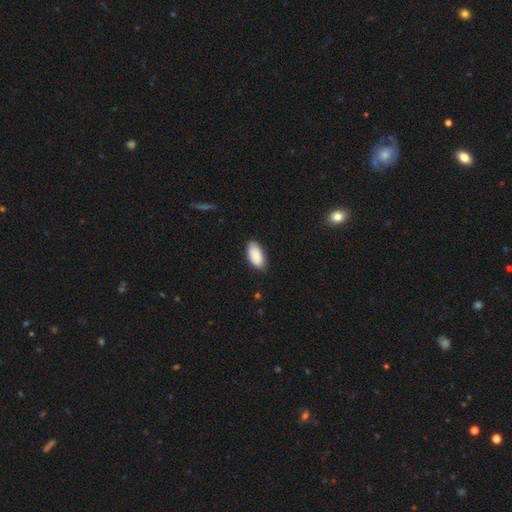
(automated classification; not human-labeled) smooth-or-featured: smooth: 88% | featured or disk: 6% | star or artifact: 6%
  how-rounded: in between: 94% | cigar-shaped: 3% | round: 2%
  merging: none: 78% | minor disturbance: 18% | major disturbance: 3% | merger: 1%